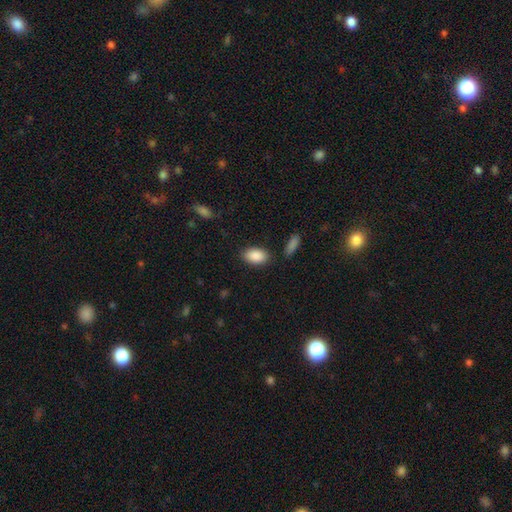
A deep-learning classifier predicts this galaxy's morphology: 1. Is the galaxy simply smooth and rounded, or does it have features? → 89% smooth, 7% star or artifact, 4% featured or disk.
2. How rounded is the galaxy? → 92% in between, 6% round, 2% cigar-shaped.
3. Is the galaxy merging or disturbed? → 82% none, 11% minor disturbance, 4% merger, 3% major disturbance.